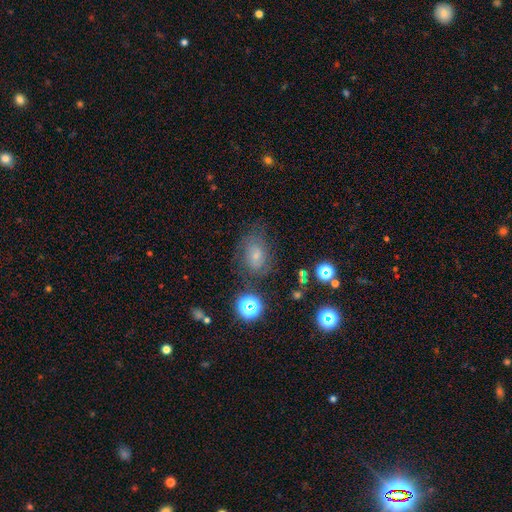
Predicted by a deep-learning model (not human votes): smooth_or_featured: smooth (p=0.43) [alt: featured or disk p=0.37]
merging: none (p=0.62) [alt: minor disturbance p=0.22]